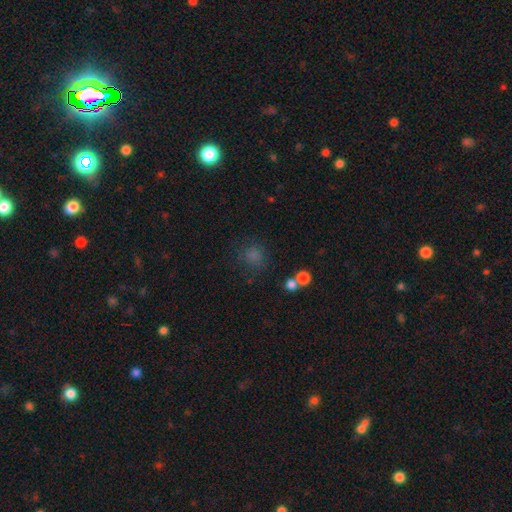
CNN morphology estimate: smooth 57%, star or artifact 34%, featured or disk 9%. Down the decision tree: how rounded — round (87%); merging — none (79%).